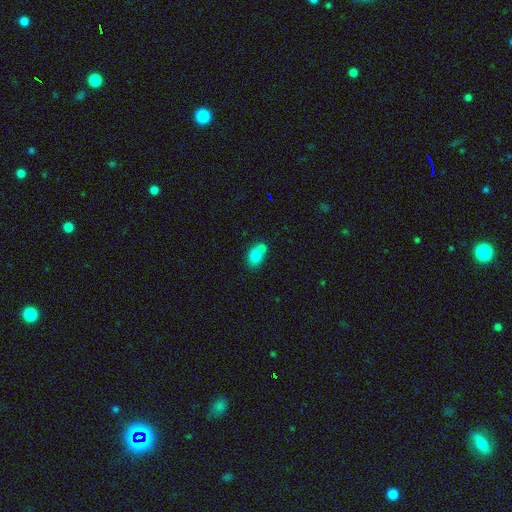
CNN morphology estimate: A smooth galaxy with no disk features (78%) that is in between round and cigar-shaped (54%).

Vote fractions:
- Smooth or featured? smooth: 78% / featured or disk: 12% / star or artifact: 10%
- How rounded? in between: 54% / round: 45% / cigar-shaped: 1%
- Merging? merger: 49% / none: 38% / minor disturbance: 9% / major disturbance: 3%